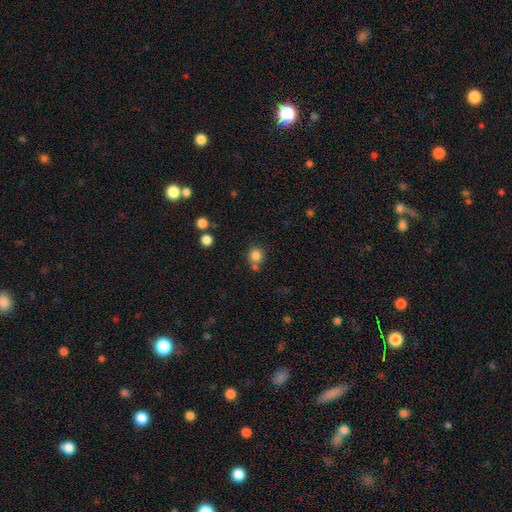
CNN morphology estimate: The model was most divided on "merging": none: 70%, merger: 17%, minor disturbance: 10%, major disturbance: 3%. More confident: how rounded — round (91%); smooth or featured — smooth (83%).